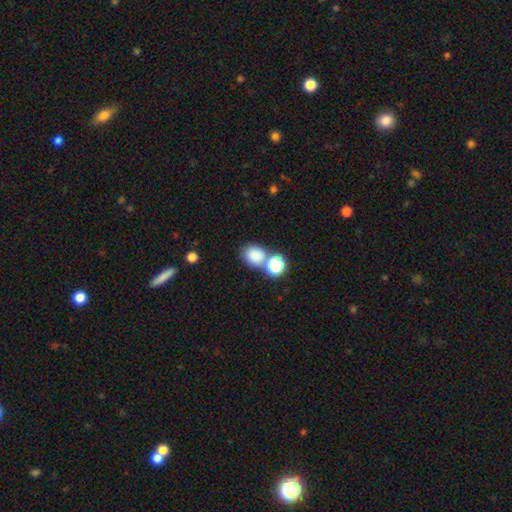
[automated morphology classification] Smooth or featured? smooth (80%)
How rounded? round (56%)
Merging? none (55%)